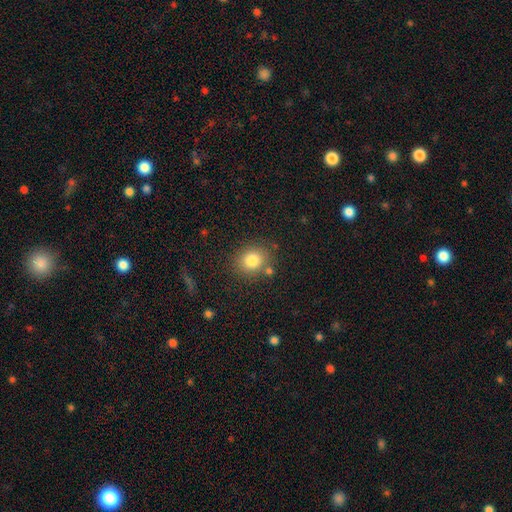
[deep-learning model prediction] Morphology: type=smooth (79%); roundness=round (74%); merging=none (82%).